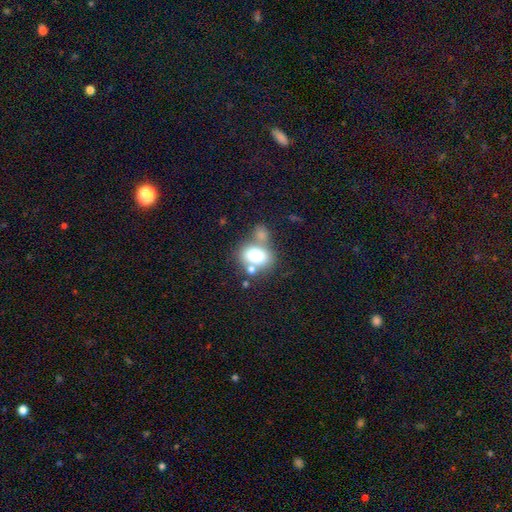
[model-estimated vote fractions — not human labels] Overall: smooth (73%). How rounded: in between (64%; round 34%). Merging: none (46%; merger 34%).